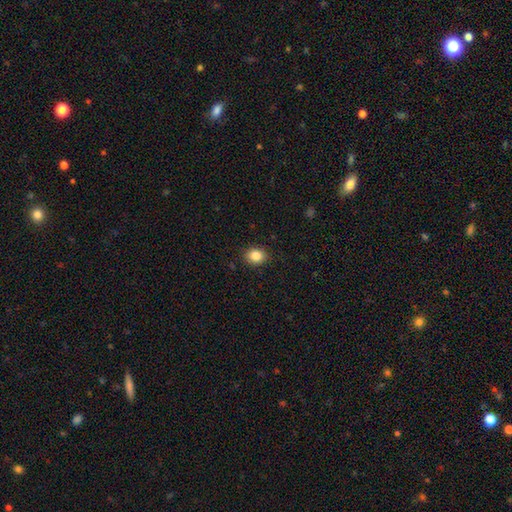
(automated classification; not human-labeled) The model was most divided on "how rounded": round: 61%, in between: 38%, cigar-shaped: 1%. More confident: merging — none (89%); smooth or featured — smooth (85%).